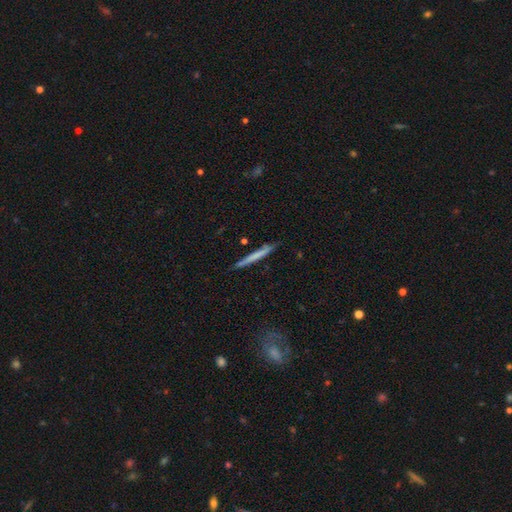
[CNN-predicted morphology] A smooth galaxy with no disk features (58%) that is cigar-shaped (97%).

Vote fractions:
- Smooth or featured? smooth: 58% / featured or disk: 37% / star or artifact: 5%
- How rounded? cigar-shaped: 97% / in between: 2% / round: 1%
- Merging? none: 85% / minor disturbance: 12% / major disturbance: 2% / merger: 2%